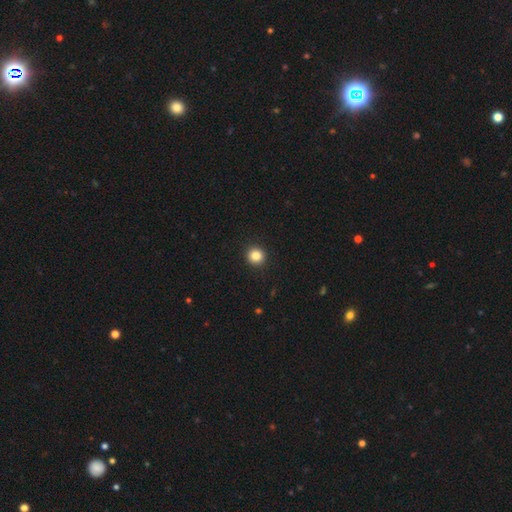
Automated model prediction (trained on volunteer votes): This is clearly a smooth galaxy (85%). How rounded: clearly round (93%). Merging: clearly none (93%).